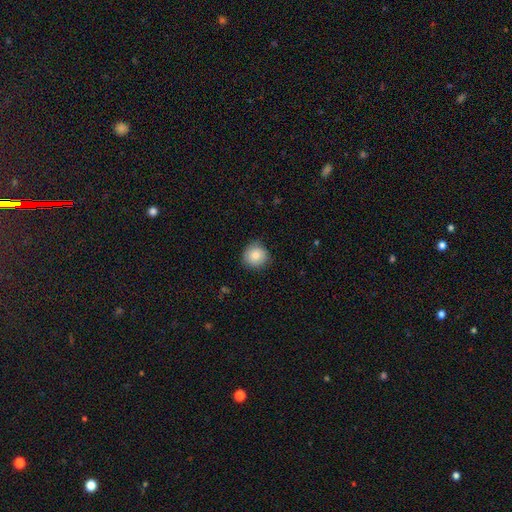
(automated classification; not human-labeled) Smooth or featured?
  - smooth: 84% *
  - star or artifact: 8%
  - featured or disk: 8%
How rounded?
  - round: 91% *
  - in between: 8%
  - cigar-shaped: 1%
Merging?
  - none: 79% *
  - minor disturbance: 17%
  - major disturbance: 3%
  - merger: 1%